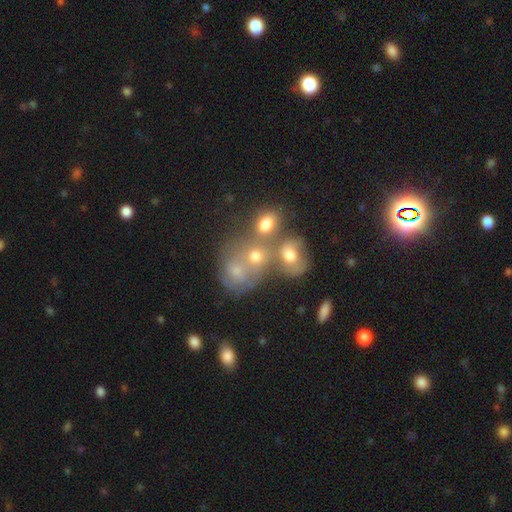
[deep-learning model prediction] Overall: smooth (47%; featured or disk 32%). Merging: merger (52%; none 29%).